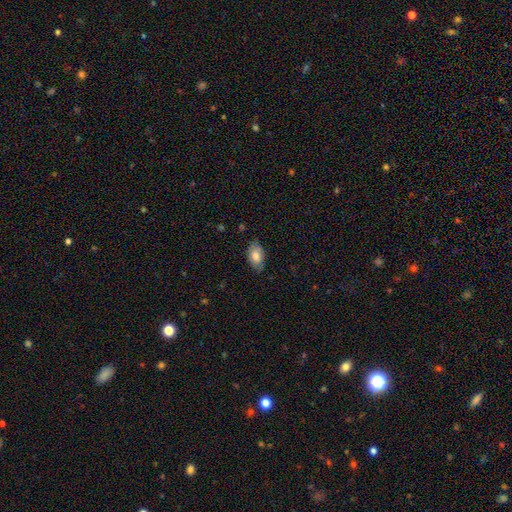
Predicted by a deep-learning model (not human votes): Smooth or featured? smooth (78%)
How rounded? in between (92%)
Merging? none (78%)